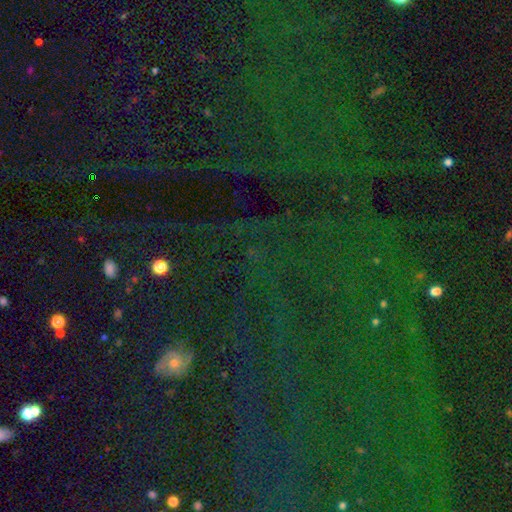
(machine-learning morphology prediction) type=star or artifact (81%).